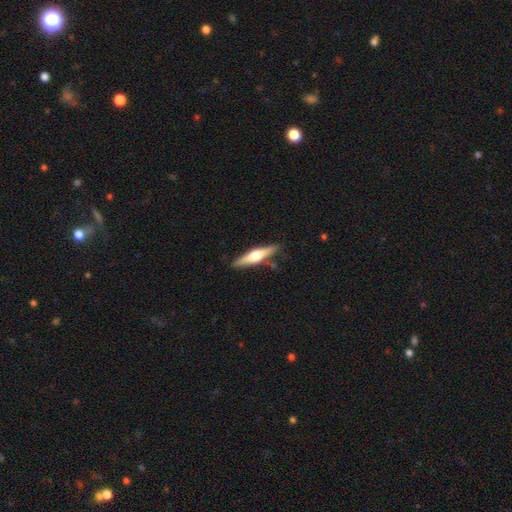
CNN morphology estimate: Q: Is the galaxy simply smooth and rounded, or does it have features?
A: featured or disk — 60%.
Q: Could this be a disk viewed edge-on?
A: yes — 96%.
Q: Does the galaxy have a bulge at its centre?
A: rounded — 92%.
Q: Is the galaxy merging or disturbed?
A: none — 85%.